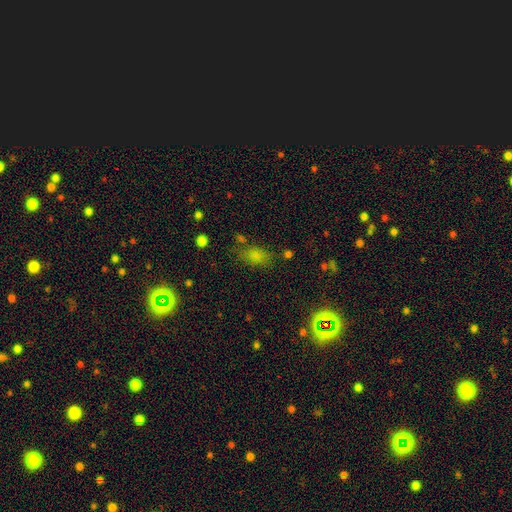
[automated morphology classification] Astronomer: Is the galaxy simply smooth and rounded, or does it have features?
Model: smooth — 75%.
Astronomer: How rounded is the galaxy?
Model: in between — 81%.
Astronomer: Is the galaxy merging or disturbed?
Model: none — 65%.